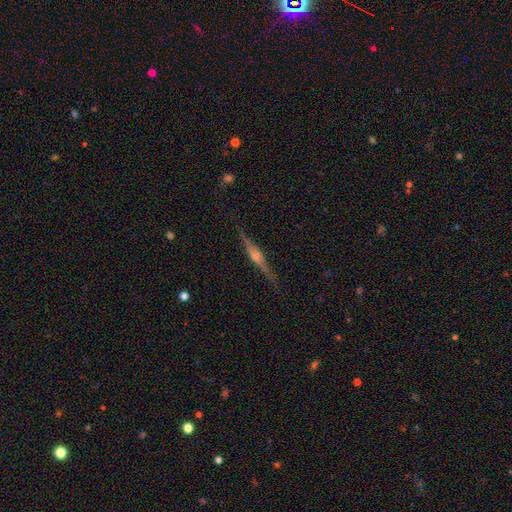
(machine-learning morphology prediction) Smooth or featured? featured or disk (82%)
Edge-on disk? yes (98%)
Edge-on bulge? rounded (78%)
Merging? none (89%)